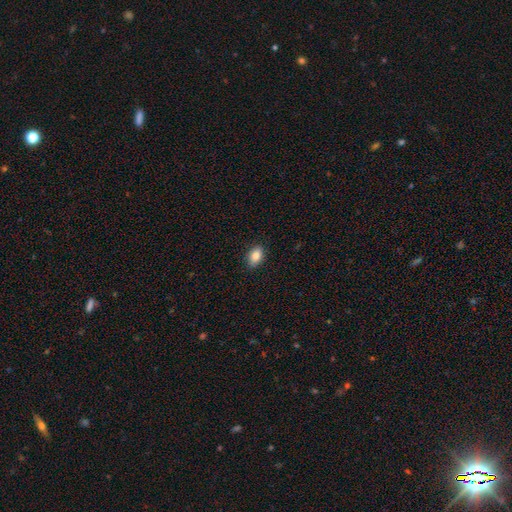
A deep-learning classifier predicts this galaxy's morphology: This appears to be a smooth galaxy with no disk features (84%) that is in between round and cigar-shaped (86%). Merging: none (88%).